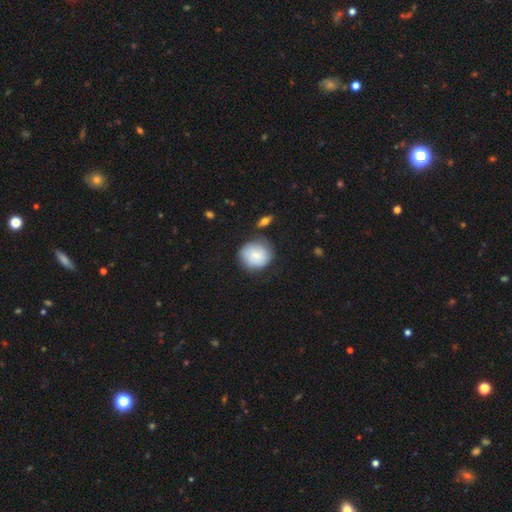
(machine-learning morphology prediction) smooth-or-featured: smooth: 76% | featured or disk: 17% | star or artifact: 7%
  how-rounded: round: 85% | in between: 14% | cigar-shaped: 1%
  merging: none: 71% | minor disturbance: 19% | major disturbance: 5% | merger: 4%